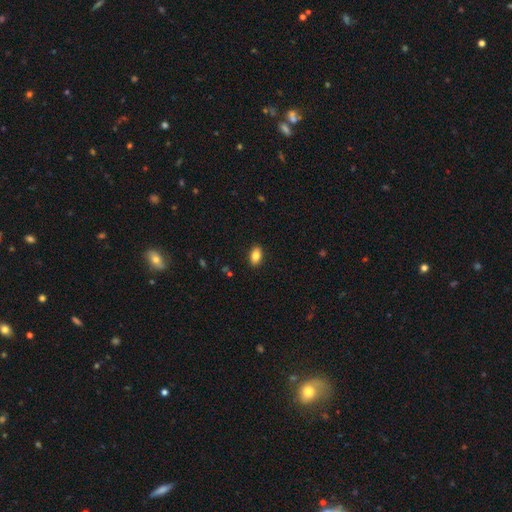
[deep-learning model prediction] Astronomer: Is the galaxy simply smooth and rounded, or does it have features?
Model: smooth — 82%.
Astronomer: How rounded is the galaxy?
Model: in between — 89%.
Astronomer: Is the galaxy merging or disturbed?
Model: none — 89%.